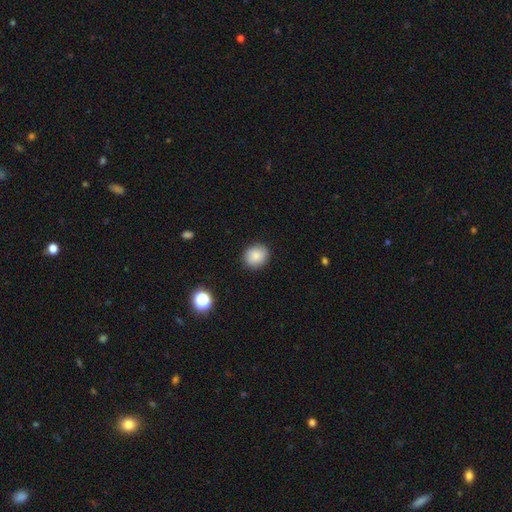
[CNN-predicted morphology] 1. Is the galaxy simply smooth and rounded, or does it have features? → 85% smooth, 9% star or artifact, 6% featured or disk.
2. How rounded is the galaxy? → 71% round, 28% in between, 1% cigar-shaped.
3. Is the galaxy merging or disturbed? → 88% none, 8% minor disturbance, 2% major disturbance, 1% merger.